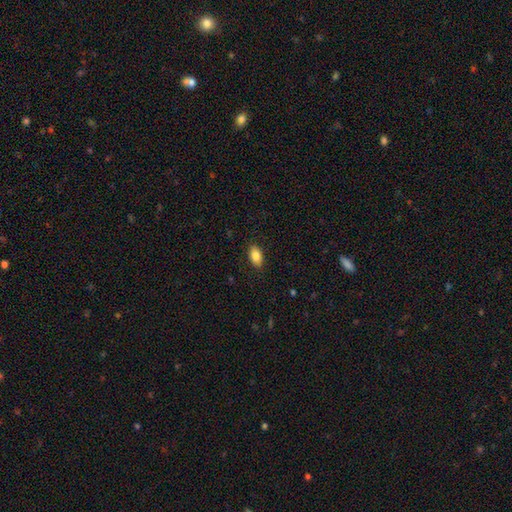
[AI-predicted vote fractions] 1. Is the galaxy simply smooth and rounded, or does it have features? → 84% smooth, 8% featured or disk, 8% star or artifact.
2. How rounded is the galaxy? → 92% in between, 5% round, 3% cigar-shaped.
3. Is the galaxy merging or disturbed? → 88% none, 9% minor disturbance, 2% major disturbance, 1% merger.